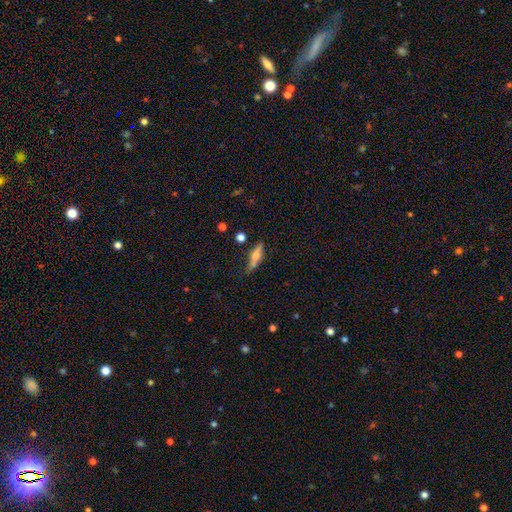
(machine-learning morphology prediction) The model was most divided on "smooth or featured": smooth: 56%, featured or disk: 36%, star or artifact: 8%. More confident: merging — none (67%); how rounded — cigar-shaped (65%).